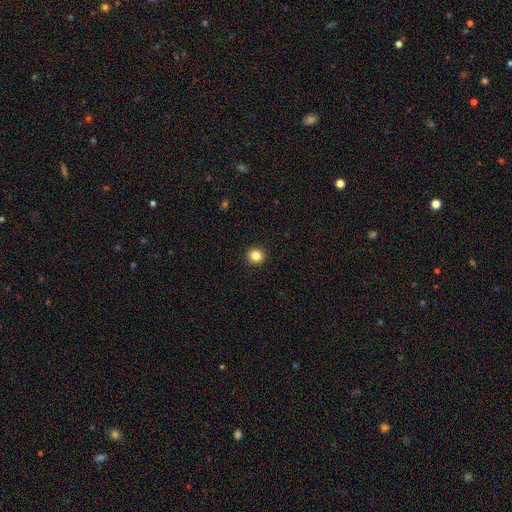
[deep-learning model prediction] smooth-or-featured: smooth: 84% | star or artifact: 11% | featured or disk: 5%
  how-rounded: round: 90% | in between: 9% | cigar-shaped: 1%
  merging: none: 93% | minor disturbance: 5% | major disturbance: 2% | merger: 1%